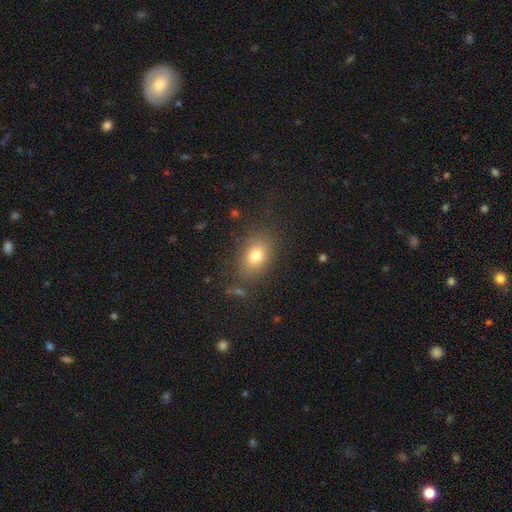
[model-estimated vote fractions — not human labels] A smooth galaxy with no disk features (78%) that is in between round and cigar-shaped (74%).

Vote fractions:
- Smooth or featured? smooth: 78% / star or artifact: 11% / featured or disk: 11%
- How rounded? in between: 74% / round: 24% / cigar-shaped: 2%
- Merging? none: 81% / minor disturbance: 12% / major disturbance: 5% / merger: 2%